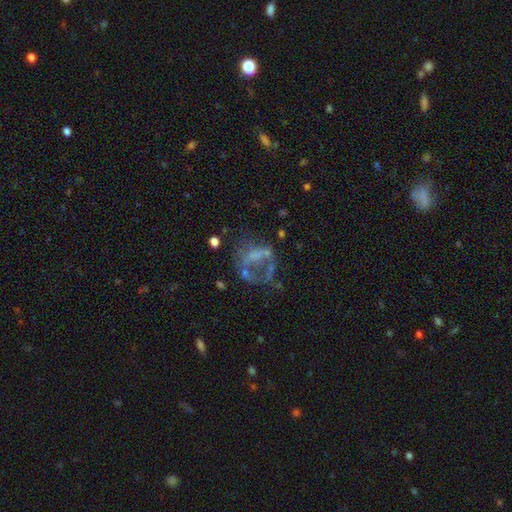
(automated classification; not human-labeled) Morphology: type=featured or disk (56%); edge-on=no (97%); bar=no (78%); spiral arms=no (84%); bulge=none (69%); merging=major disturbance (42%).